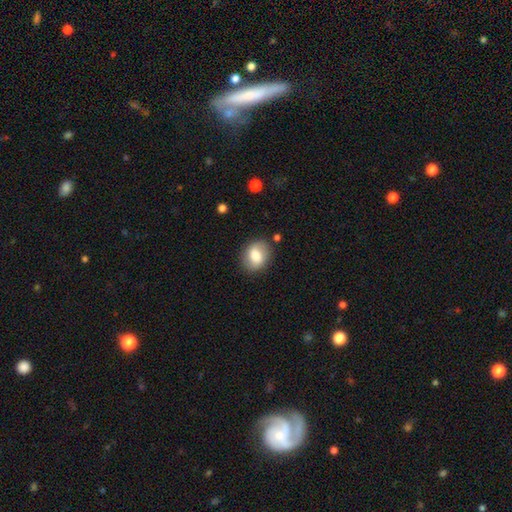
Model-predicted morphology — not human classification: smooth-or-featured: smooth: 74% | featured or disk: 18% | star or artifact: 8%
  how-rounded: in between: 53% | round: 46% | cigar-shaped: 1%
  merging: none: 81% | minor disturbance: 13% | major disturbance: 4% | merger: 2%